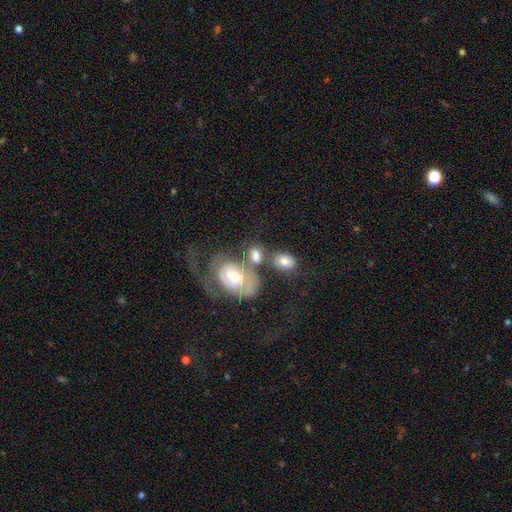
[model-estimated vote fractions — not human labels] Q: Smooth or featured?
A: smooth (58%); runner-up: featured or disk (33%)
Q: How rounded?
A: in between (75%); runner-up: round (23%)
Q: Merging?
A: merger (35%); runner-up: none (34%)